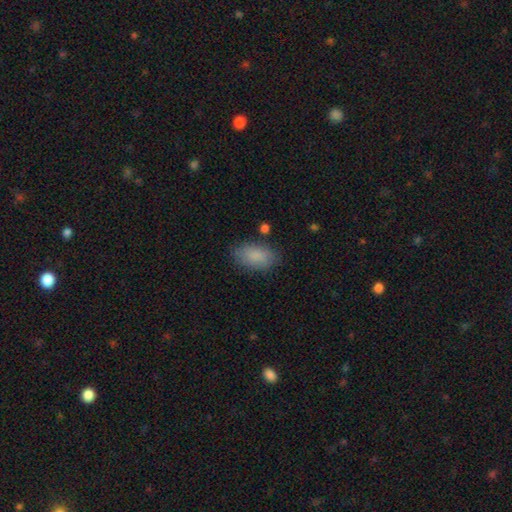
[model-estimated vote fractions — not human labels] This appears to be a smooth galaxy with no disk features (86%) that is in between round and cigar-shaped (92%). Merging: none (81%).